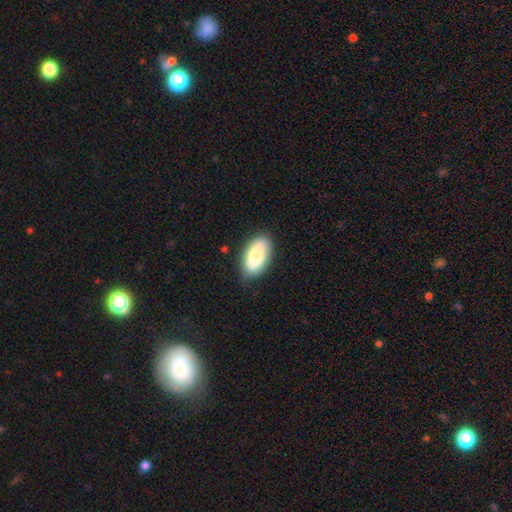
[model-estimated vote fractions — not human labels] The model was most divided on "merging": none: 78%, minor disturbance: 17%, major disturbance: 4%, merger: 2%. More confident: how rounded — in between (90%); smooth or featured — smooth (84%).